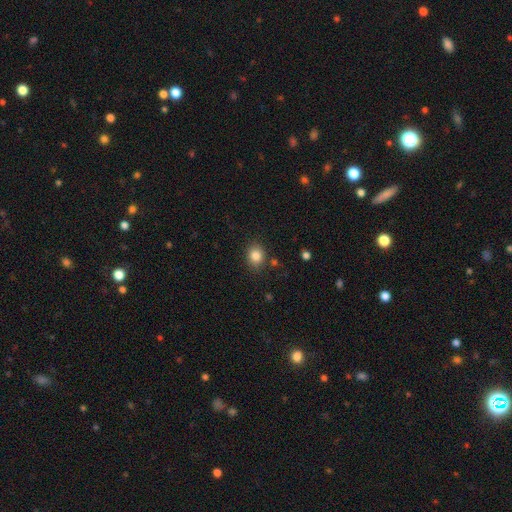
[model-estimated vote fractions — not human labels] Smooth or featured?
  - smooth: 84% *
  - star or artifact: 10%
  - featured or disk: 5%
How rounded?
  - round: 60% *
  - in between: 39%
  - cigar-shaped: 1%
Merging?
  - none: 83% *
  - minor disturbance: 11%
  - merger: 3%
  - major disturbance: 3%